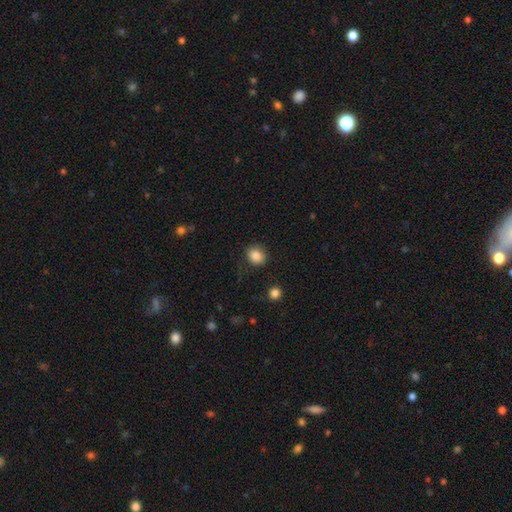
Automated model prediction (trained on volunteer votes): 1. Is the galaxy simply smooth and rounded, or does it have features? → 86% smooth, 10% star or artifact, 5% featured or disk.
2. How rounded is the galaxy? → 69% round, 30% in between, 1% cigar-shaped.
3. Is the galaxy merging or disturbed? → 83% none, 12% minor disturbance, 4% major disturbance, 2% merger.